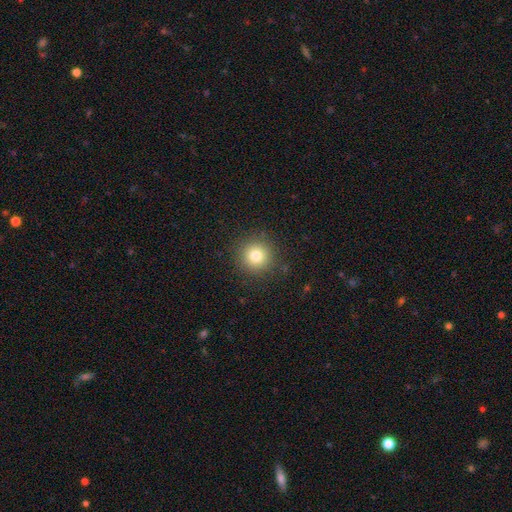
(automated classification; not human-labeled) A smooth galaxy with no disk features (80%) that is round (95%). Merging: none (89%).